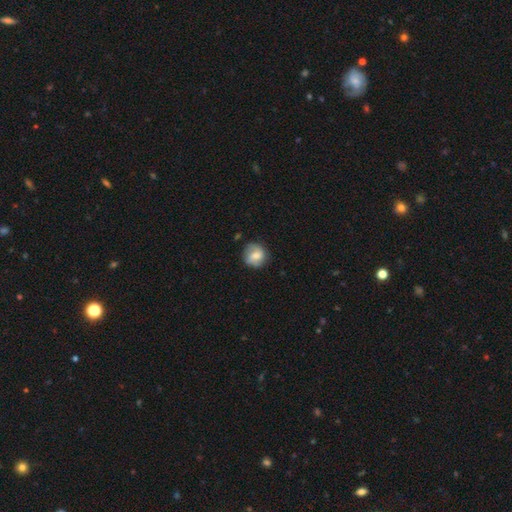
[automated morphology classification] This is likely a smooth galaxy (66%). How rounded: clearly round (86%). Merging: likely none (76%).